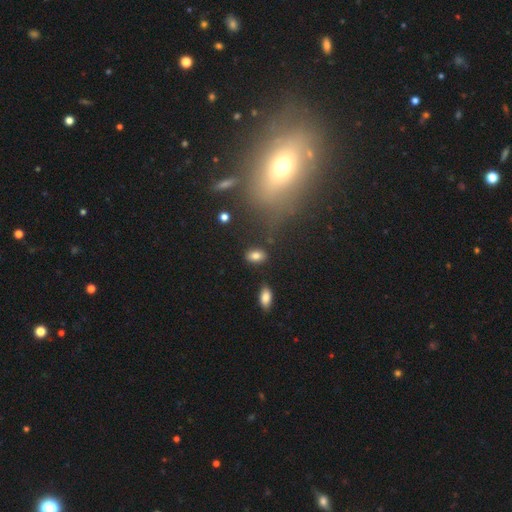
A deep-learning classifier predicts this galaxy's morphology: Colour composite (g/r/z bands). It shows a smooth galaxy with no disk features (81%) that is in between round and cigar-shaped (88%). Merging: none (81%).